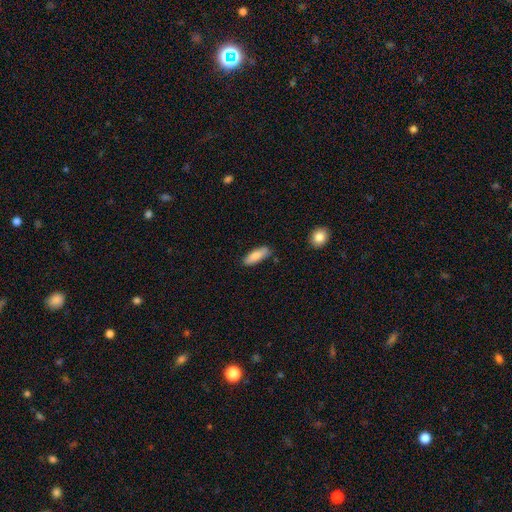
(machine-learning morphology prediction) This appears to be a smooth galaxy with no disk features (83%) that is in between round and cigar-shaped (60%). Merging: none (81%).